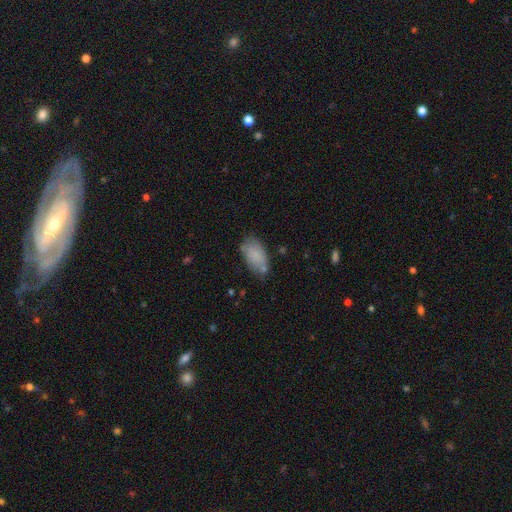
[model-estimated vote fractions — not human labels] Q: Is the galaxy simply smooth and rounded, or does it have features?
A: smooth — 81%.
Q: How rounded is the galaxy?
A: in between — 93%.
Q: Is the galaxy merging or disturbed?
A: none — 65%.